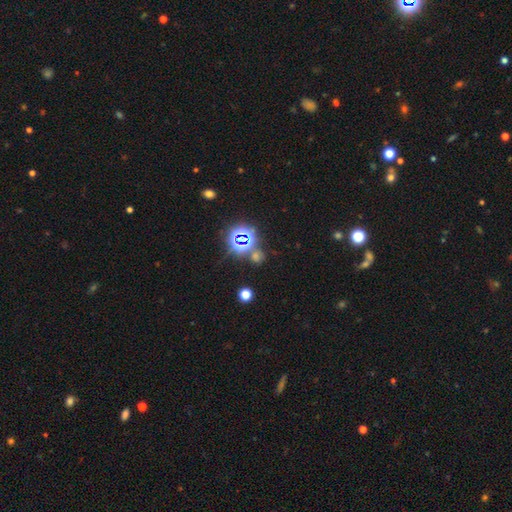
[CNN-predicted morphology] Overall: star or artifact (67%).